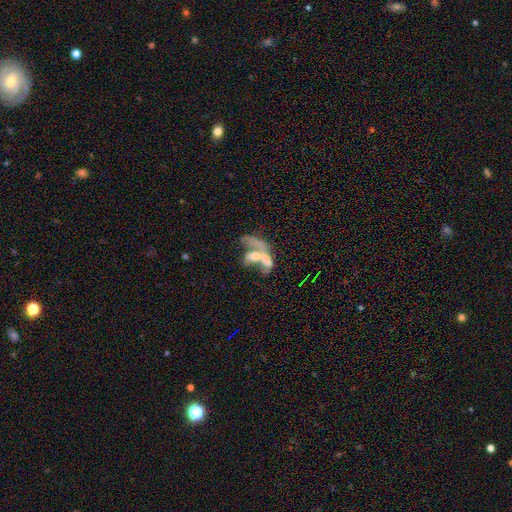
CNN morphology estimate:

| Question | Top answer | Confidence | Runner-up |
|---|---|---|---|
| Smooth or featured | featured or disk | 52% | smooth (35%) |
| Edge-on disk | no | 90% | yes (10%) |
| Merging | merger | 64% | major disturbance (18%) |